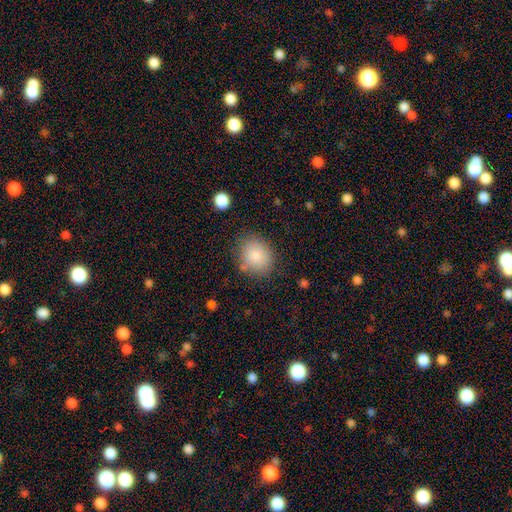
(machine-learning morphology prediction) This is clearly a smooth galaxy (84%). How rounded: possibly round (60%). Merging: likely none (76%).